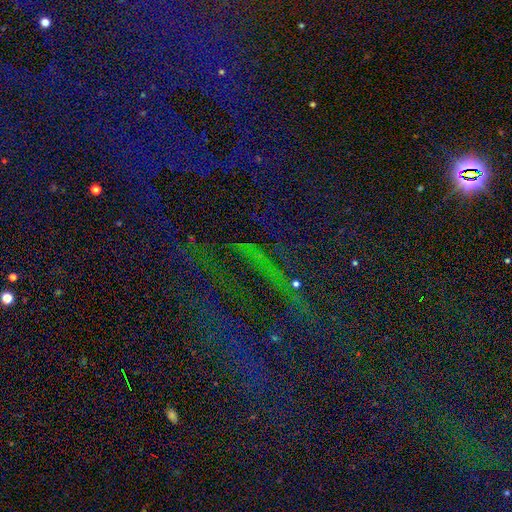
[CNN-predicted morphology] Q: Smooth or featured?
A: star or artifact (82%); runner-up: smooth (10%)